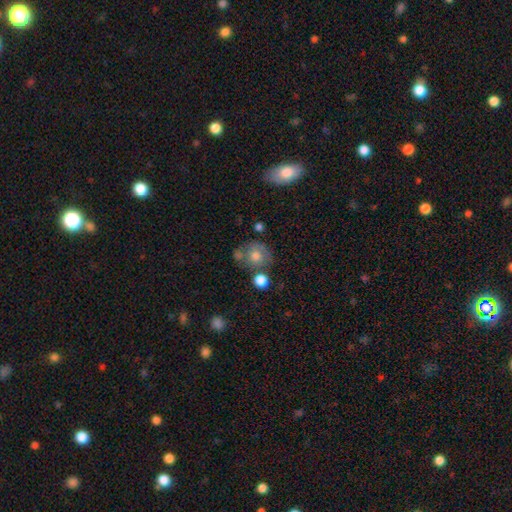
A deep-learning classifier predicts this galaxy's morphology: Smooth or featured: smooth — 61% (featured or disk — 29%)
How rounded: round — 76% (in between — 23%)
Merging: none — 53% (minor disturbance — 19%)